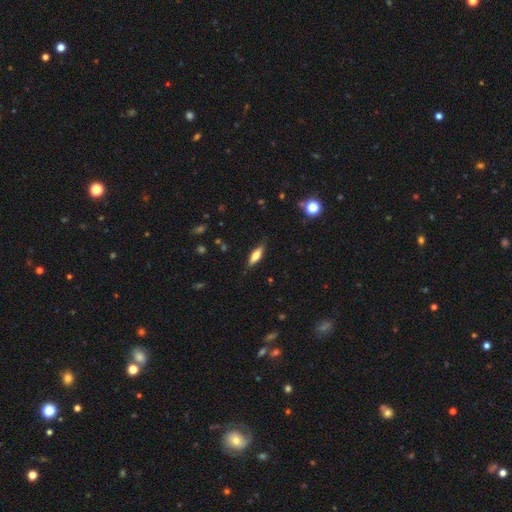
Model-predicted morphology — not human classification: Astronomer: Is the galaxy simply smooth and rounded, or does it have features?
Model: smooth — 62%.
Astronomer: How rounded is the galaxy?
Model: cigar-shaped — 50% (runner-up: in between, 48%).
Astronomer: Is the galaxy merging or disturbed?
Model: none — 82%.